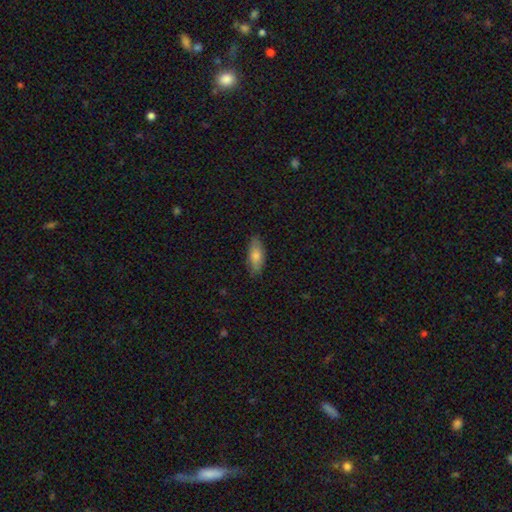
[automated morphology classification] A smooth galaxy with no disk features (76%) that is in between round and cigar-shaped (77%).

Vote fractions:
- Smooth or featured? smooth: 76% / featured or disk: 17% / star or artifact: 7%
- How rounded? in between: 77% / cigar-shaped: 20% / round: 2%
- Merging? none: 86% / minor disturbance: 11% / major disturbance: 2% / merger: 1%